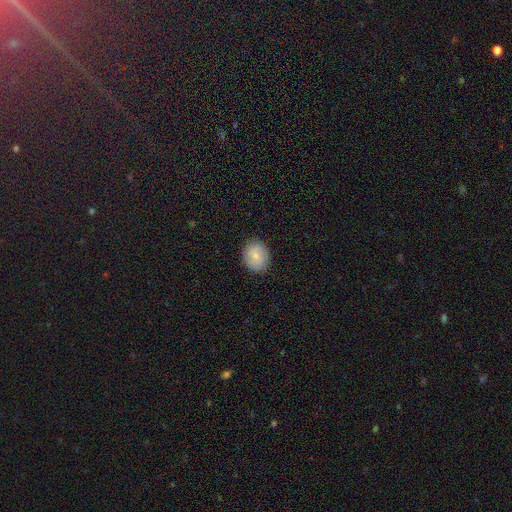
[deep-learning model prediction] The model was most divided on "how rounded": round: 63%, in between: 36%, cigar-shaped: 1%. More confident: merging — none (87%); smooth or featured — smooth (81%).